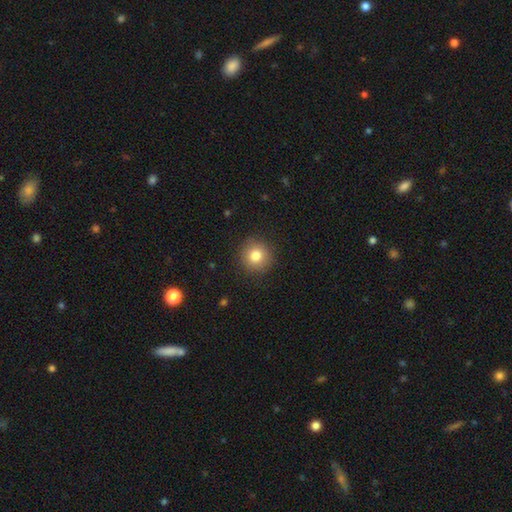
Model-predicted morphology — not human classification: Smooth or featured? smooth (82%)
How rounded? round (93%)
Merging? none (90%)